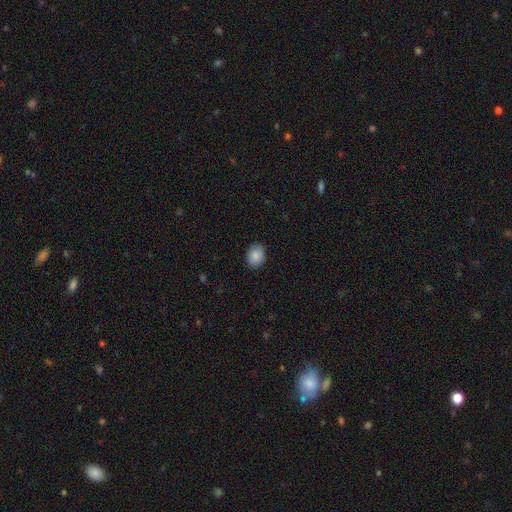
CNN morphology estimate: This appears to be a smooth galaxy with no disk features (87%) that is in between round and cigar-shaped (59%). Merging: none (89%).